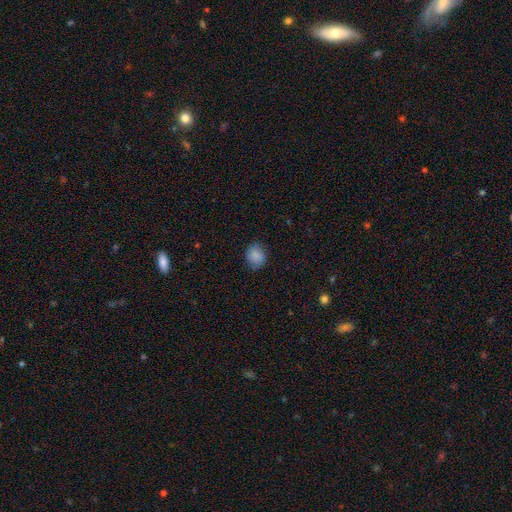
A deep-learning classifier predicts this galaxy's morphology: smooth-or-featured: smooth: 86% | star or artifact: 9% | featured or disk: 5%
  how-rounded: round: 68% | in between: 31% | cigar-shaped: 1%
  merging: none: 81% | minor disturbance: 15% | major disturbance: 3% | merger: 1%